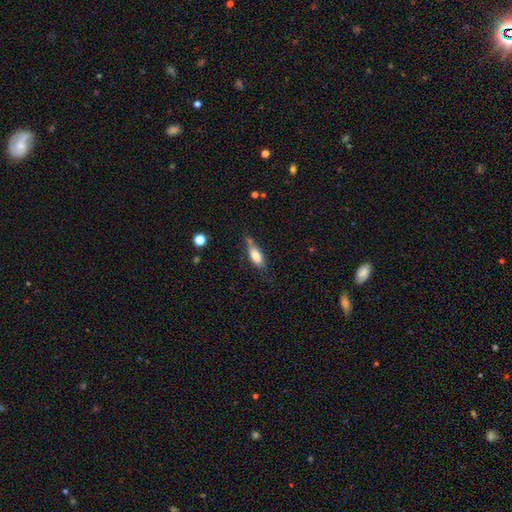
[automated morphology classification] Q: Smooth or featured?
A: smooth (73%); runner-up: featured or disk (20%)
Q: How rounded?
A: in between (71%); runner-up: cigar-shaped (27%)
Q: Merging?
A: none (50%); runner-up: minor disturbance (31%)